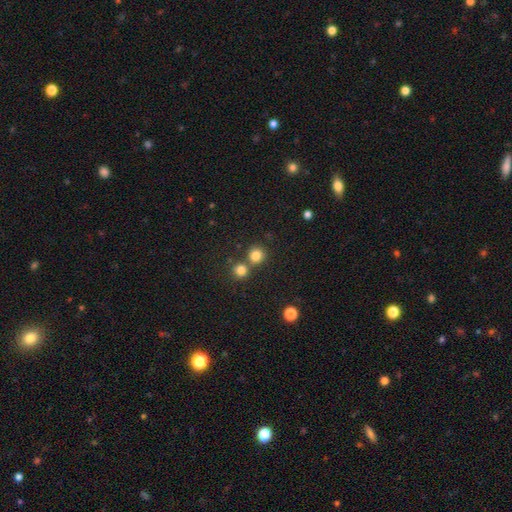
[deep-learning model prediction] Smooth or featured? smooth (81%)
How rounded? round (91%)
Merging? none (68%)